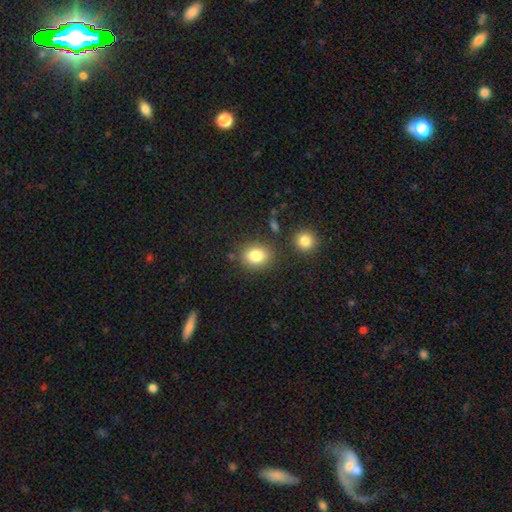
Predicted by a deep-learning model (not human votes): Smooth or featured?
  - smooth: 83% *
  - star or artifact: 10%
  - featured or disk: 7%
How rounded?
  - round: 53% *
  - in between: 46%
  - cigar-shaped: 1%
Merging?
  - none: 78% *
  - minor disturbance: 11%
  - merger: 7%
  - major disturbance: 4%